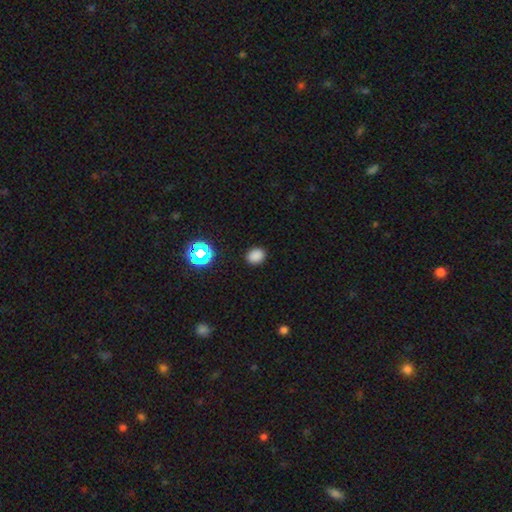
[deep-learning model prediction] Smooth or featured?
  - smooth: 82% *
  - star or artifact: 15%
  - featured or disk: 4%
How rounded?
  - in between: 51% *
  - round: 48%
  - cigar-shaped: 1%
Merging?
  - none: 89% *
  - minor disturbance: 8%
  - major disturbance: 2%
  - merger: 1%